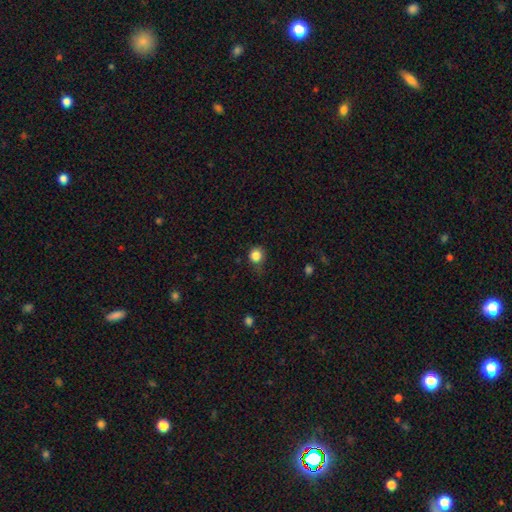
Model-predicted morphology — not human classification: Q: Smooth or featured?
A: smooth (85%); runner-up: star or artifact (11%)
Q: How rounded?
A: round (86%); runner-up: in between (13%)
Q: Merging?
A: none (67%); runner-up: minor disturbance (25%)